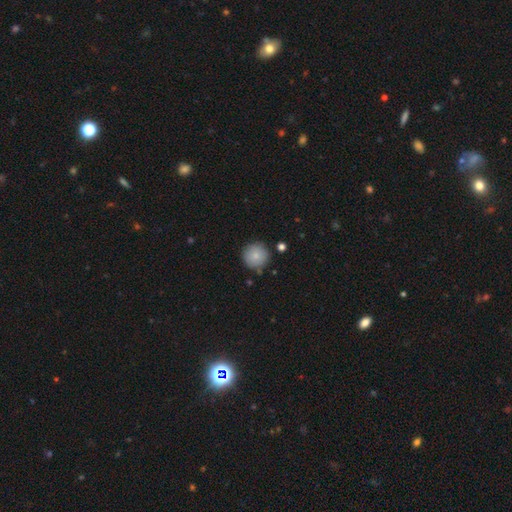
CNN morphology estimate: Smooth or featured? Predicted: smooth (p=0.83). How rounded? Predicted: round (p=0.95). Merging? Predicted: none (p=0.86).